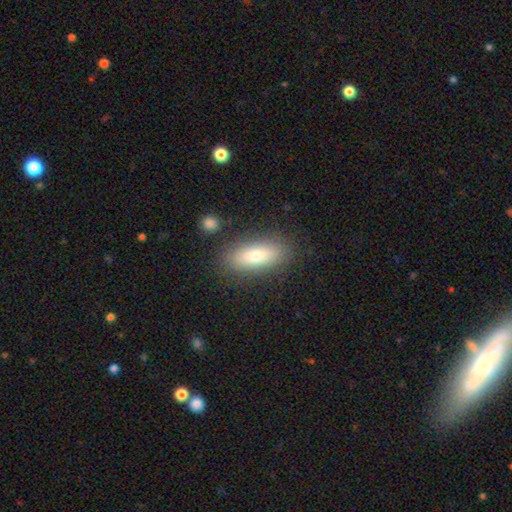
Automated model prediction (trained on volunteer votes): smooth_or_featured: smooth (p=0.76) [alt: featured or disk p=0.17]
how_rounded: in between (p=0.72) [alt: cigar-shaped p=0.25]
merging: none (p=0.83) [alt: minor disturbance p=0.10]